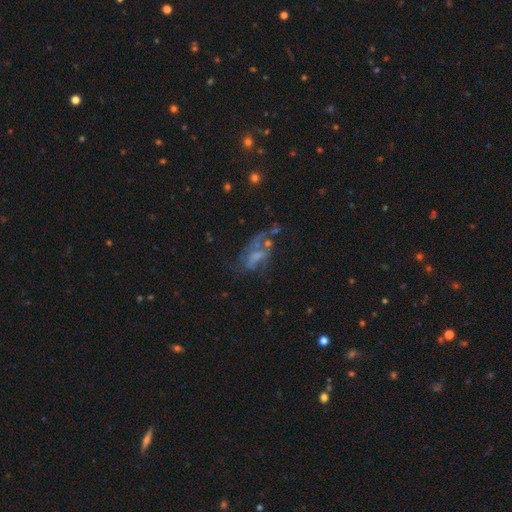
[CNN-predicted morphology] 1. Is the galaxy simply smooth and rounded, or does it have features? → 57% featured or disk, 27% smooth, 16% star or artifact.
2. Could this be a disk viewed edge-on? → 94% no, 6% yes.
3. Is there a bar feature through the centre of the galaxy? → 61% no, 28% weak, 11% strong.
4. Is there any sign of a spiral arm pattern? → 52% no, 48% yes.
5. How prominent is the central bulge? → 50% none, 24% small, 19% moderate, 5% large, 2% dominant.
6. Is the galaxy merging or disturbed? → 41% major disturbance, 28% none, 18% minor disturbance, 13% merger.